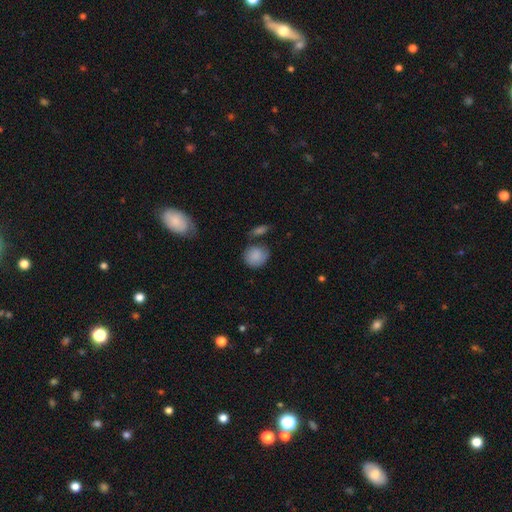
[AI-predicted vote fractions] Smooth or featured? smooth (85%)
How rounded? round (79%)
Merging? none (60%)